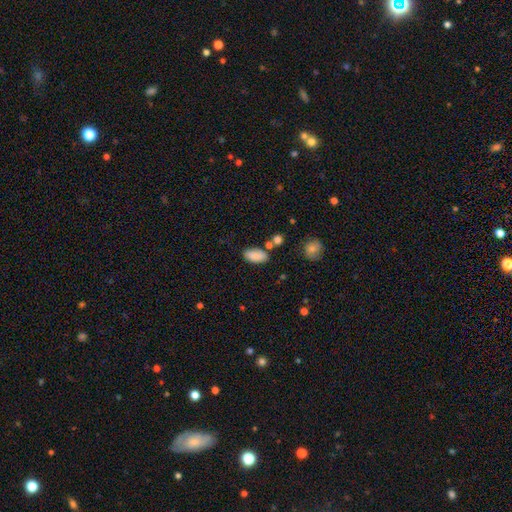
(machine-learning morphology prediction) Smooth or featured? Predicted: smooth (p=0.87). How rounded? Predicted: in between (p=0.92). Merging? Predicted: none (p=0.73).